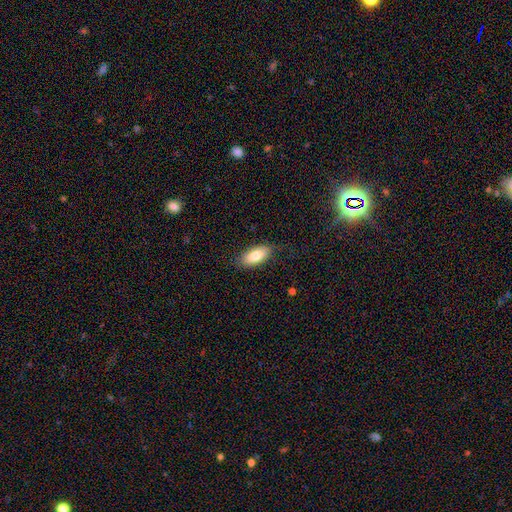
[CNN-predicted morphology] Smooth or featured? Predicted: smooth (p=0.81). How rounded? Predicted: in between (p=0.88). Merging? Predicted: none (p=0.79).